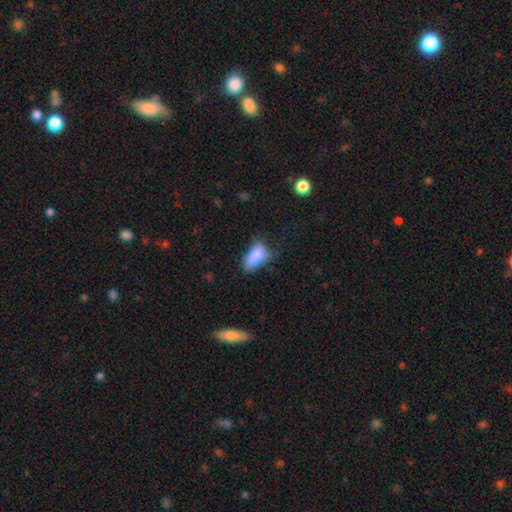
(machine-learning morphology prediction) A smooth galaxy with no disk features (83%) that is in between round and cigar-shaped (91%).

Vote fractions:
- Smooth or featured? smooth: 83% / featured or disk: 9% / star or artifact: 8%
- How rounded? in between: 91% / cigar-shaped: 6% / round: 3%
- Merging? none: 45% / minor disturbance: 36% / major disturbance: 17% / merger: 3%